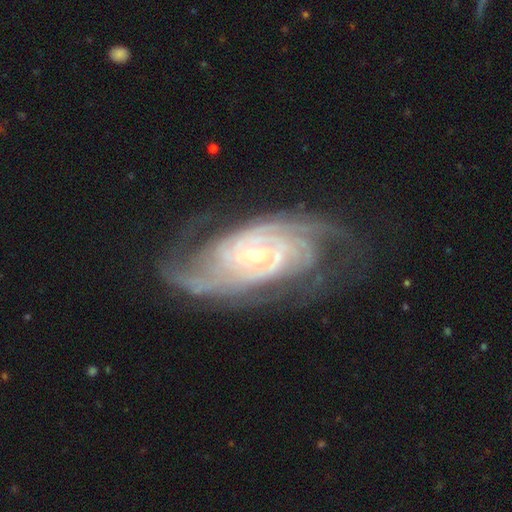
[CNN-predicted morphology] This is clearly a featured or disk galaxy (91%). It is clearly not viewed edge-on (95%). Bar: possibly no (56%). Spiral arm pattern: clearly yes (98%). Spiral arm count: marginally can't tell (22%). Spiral winding: likely tight (68%). Central bulge: likely small (68%). Merging: likely none (70%).